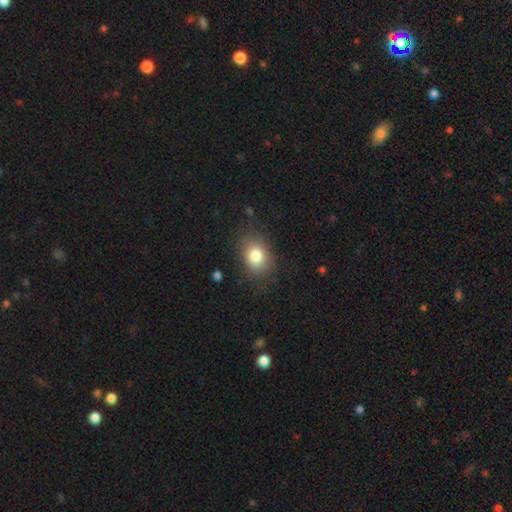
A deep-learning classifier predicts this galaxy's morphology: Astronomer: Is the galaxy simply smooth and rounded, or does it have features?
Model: smooth — 81%.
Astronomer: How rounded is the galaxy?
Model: in between — 61% (runner-up: round, 38%).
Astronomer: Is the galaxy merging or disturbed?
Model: none — 79%.